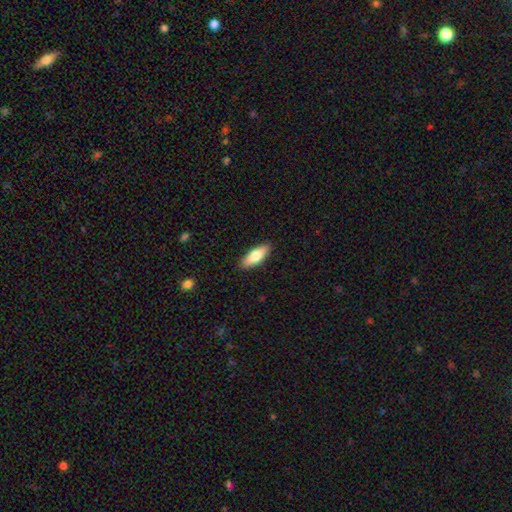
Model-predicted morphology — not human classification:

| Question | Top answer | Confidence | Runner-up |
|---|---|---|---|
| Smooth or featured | smooth | 77% | featured or disk (17%) |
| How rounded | in between | 70% | cigar-shaped (28%) |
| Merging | none | 89% | minor disturbance (8%) |